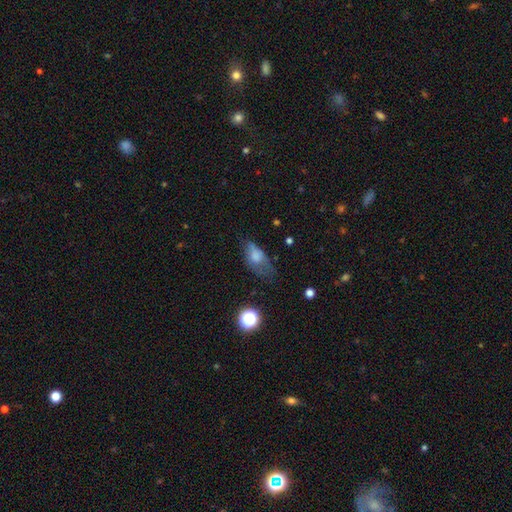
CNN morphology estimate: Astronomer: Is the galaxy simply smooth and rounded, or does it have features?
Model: smooth — 65%.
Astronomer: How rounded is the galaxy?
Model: in between — 84%.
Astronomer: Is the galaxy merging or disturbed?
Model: major disturbance — 35% (runner-up: minor disturbance, 32%).